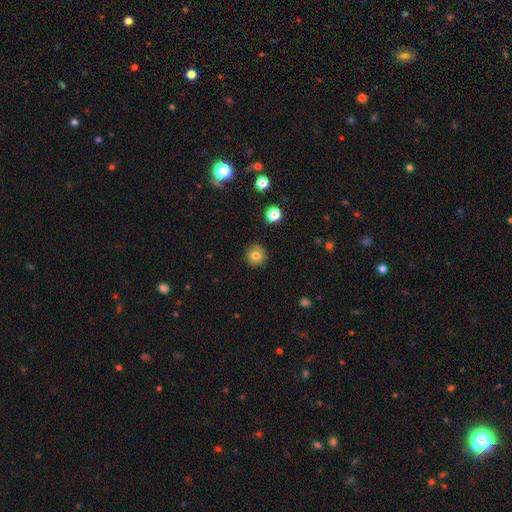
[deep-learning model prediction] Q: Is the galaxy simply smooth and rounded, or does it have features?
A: smooth — 74%.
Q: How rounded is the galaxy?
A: round — 83%.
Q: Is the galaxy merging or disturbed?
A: none — 84%.